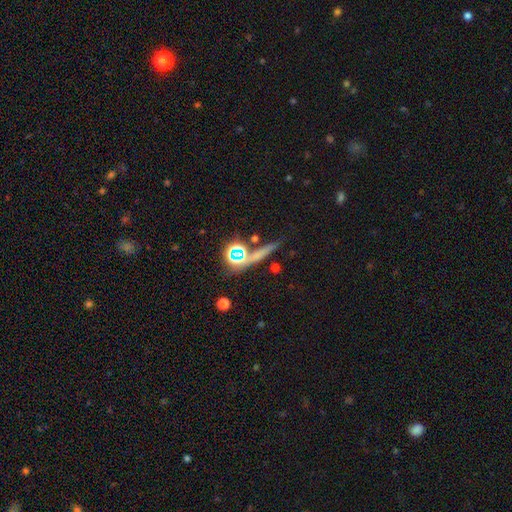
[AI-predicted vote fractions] smooth_or_featured: star or artifact (p=0.45) [alt: smooth p=0.35]